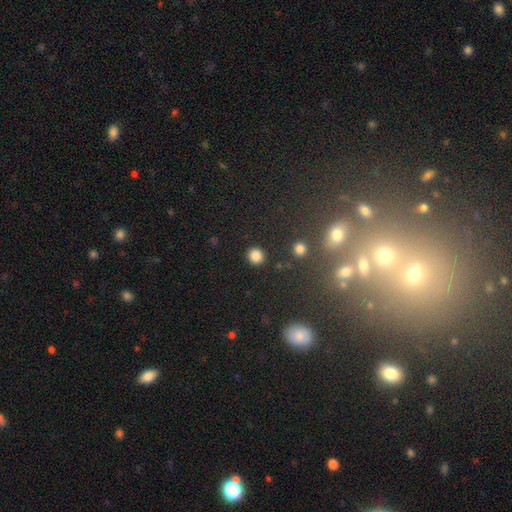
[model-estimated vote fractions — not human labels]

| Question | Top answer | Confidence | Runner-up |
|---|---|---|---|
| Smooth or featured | smooth | 84% | star or artifact (12%) |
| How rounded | round | 86% | in between (13%) |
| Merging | none | 90% | minor disturbance (6%) |